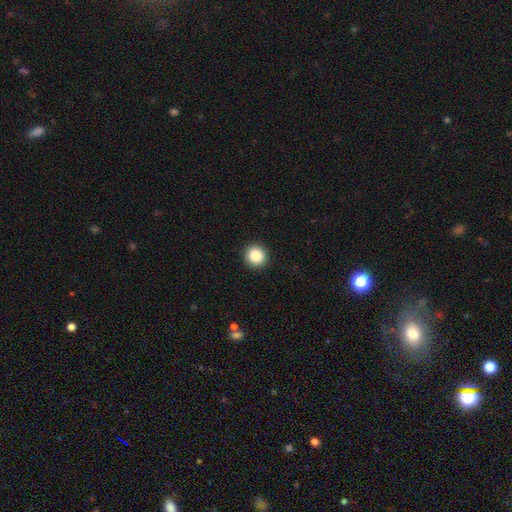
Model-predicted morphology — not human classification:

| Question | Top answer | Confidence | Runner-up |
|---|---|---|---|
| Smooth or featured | smooth | 86% | star or artifact (10%) |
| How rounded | round | 93% | in between (6%) |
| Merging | none | 93% | minor disturbance (4%) |